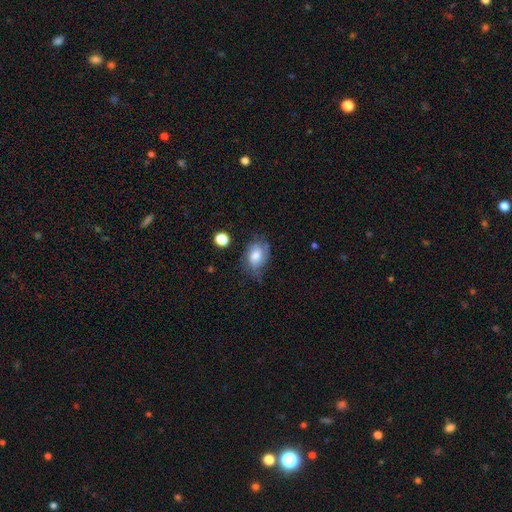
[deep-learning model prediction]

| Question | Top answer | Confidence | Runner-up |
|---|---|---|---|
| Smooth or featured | smooth | 61% | featured or disk (30%) |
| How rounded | in between | 75% | round (23%) |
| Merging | none | 56% | minor disturbance (29%) |